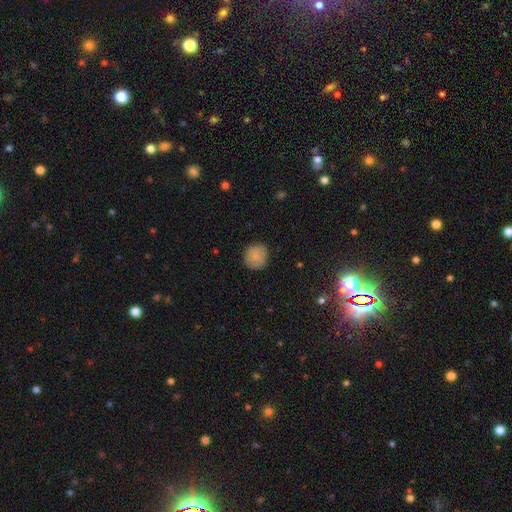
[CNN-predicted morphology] Q: Smooth or featured?
A: smooth (86%); runner-up: star or artifact (8%)
Q: How rounded?
A: round (90%); runner-up: in between (9%)
Q: Merging?
A: none (85%); runner-up: minor disturbance (11%)